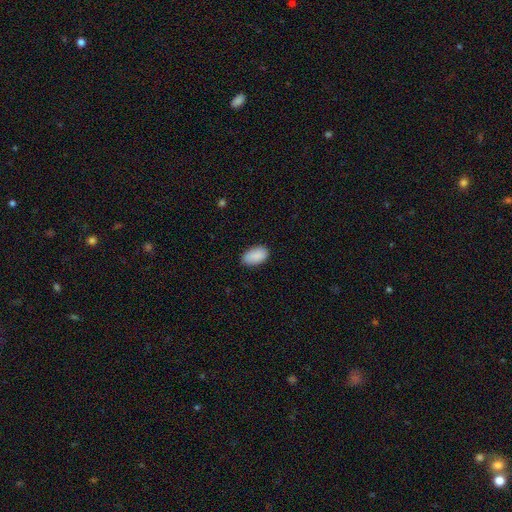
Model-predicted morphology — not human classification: The model was most divided on "merging": none: 82%, minor disturbance: 14%, major disturbance: 3%, merger: 1%. More confident: how rounded — in between (94%); smooth or featured — smooth (90%).